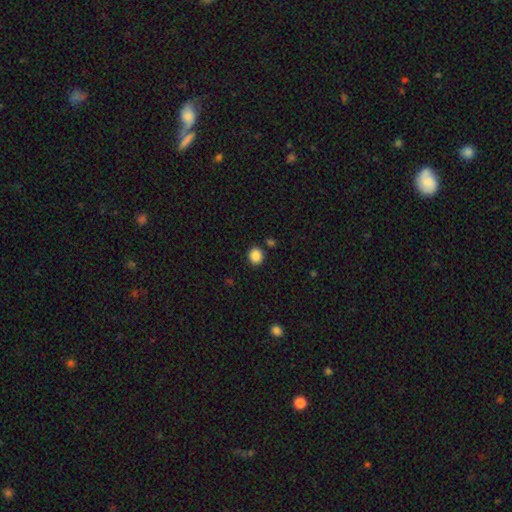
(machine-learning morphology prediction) smooth 87%, star or artifact 10%, featured or disk 3%. Down the decision tree: how rounded — round (80%); merging — none (87%).